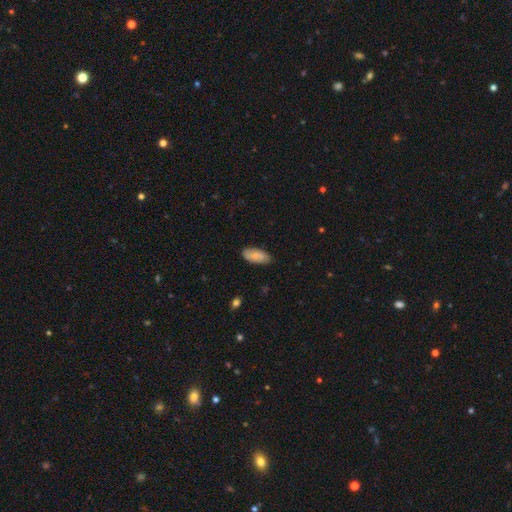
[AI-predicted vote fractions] Smooth or featured? smooth (66%)
How rounded? in between (90%)
Merging? none (80%)